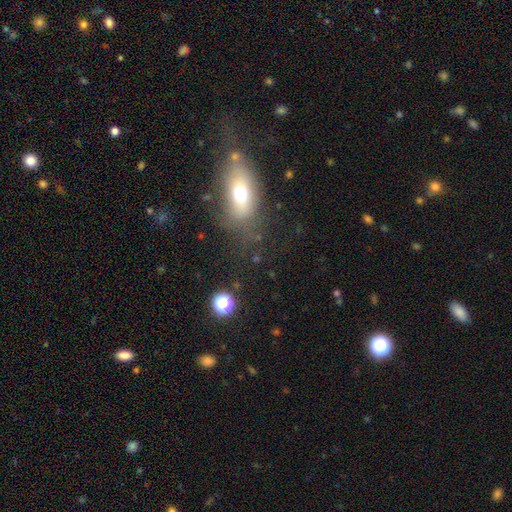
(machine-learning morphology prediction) Smooth or featured? Predicted: smooth (p=0.52). How rounded? Predicted: in between (p=0.72). Merging? Predicted: none (p=0.61).